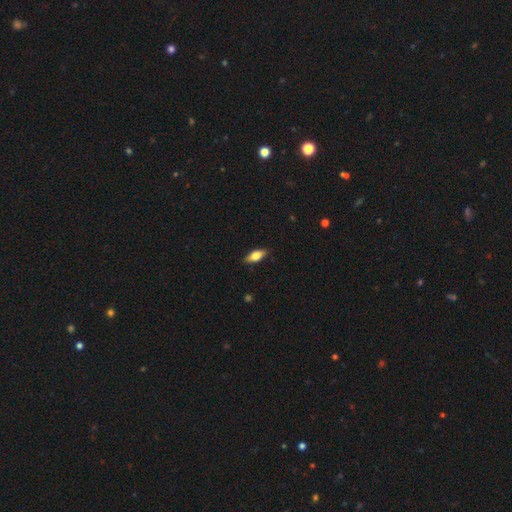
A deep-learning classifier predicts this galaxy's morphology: Smooth or featured? smooth (73%)
How rounded? in between (79%)
Merging? none (86%)